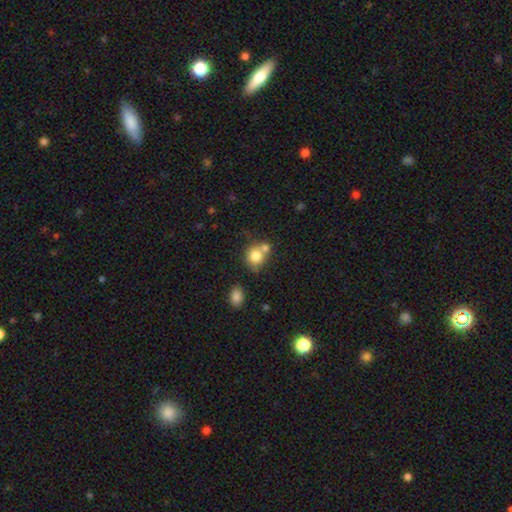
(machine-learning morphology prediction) This is likely a smooth galaxy (79%). How rounded: likely round (78%). Merging: marginally none (45%).